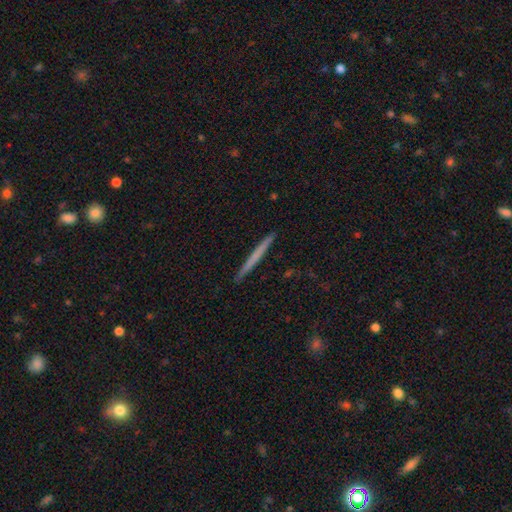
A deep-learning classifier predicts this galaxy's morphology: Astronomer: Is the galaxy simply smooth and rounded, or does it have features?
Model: smooth — 55% (runner-up: featured or disk, 40%).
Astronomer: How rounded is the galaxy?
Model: cigar-shaped — 97%.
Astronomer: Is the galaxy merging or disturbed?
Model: none — 92%.